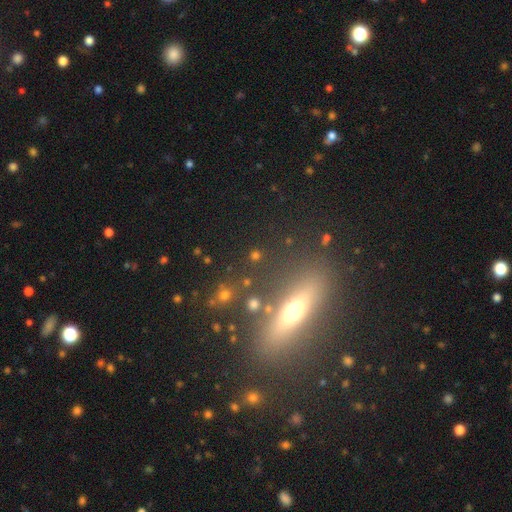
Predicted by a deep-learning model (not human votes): Smooth or featured: smooth — 43% (featured or disk — 29%)
Merging: none — 81% (minor disturbance — 9%)